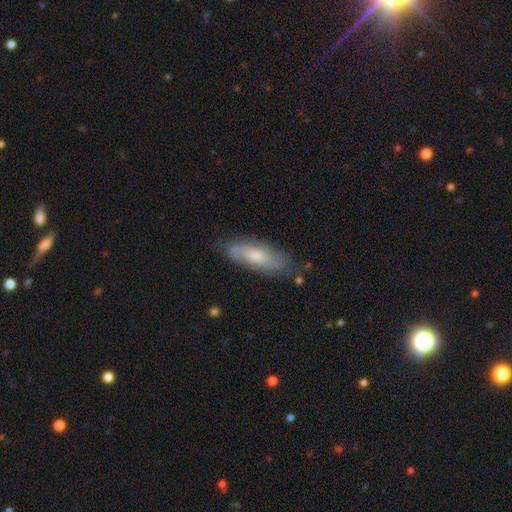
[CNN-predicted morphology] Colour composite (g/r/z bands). It shows a featured or disk galaxy (49%). Merging: none (75%).